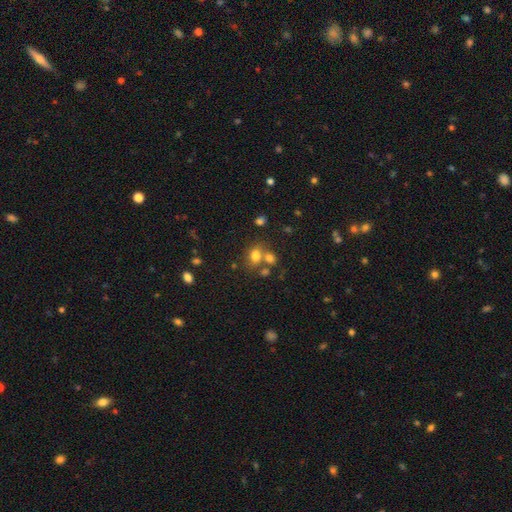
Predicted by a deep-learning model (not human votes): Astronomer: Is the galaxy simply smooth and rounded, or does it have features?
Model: smooth — 74%.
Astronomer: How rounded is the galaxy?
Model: in between — 60% (runner-up: round, 39%).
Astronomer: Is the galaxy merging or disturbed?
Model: none — 51% (runner-up: merger, 32%).